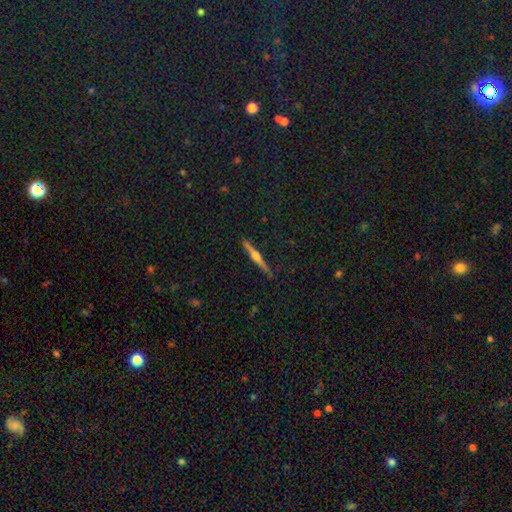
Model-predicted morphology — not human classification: A featured or disk galaxy (73%) viewed edge-on (98%) with a rounded central bulge (90%).

Vote fractions:
- Smooth or featured? featured or disk: 73% / smooth: 21% / star or artifact: 6%
- Edge-on disk? yes: 98% / no: 2%
- Edge-on bulge? rounded: 90% / boxy: 5% / none: 5%
- Merging? none: 90% / minor disturbance: 7% / major disturbance: 1% / merger: 1%